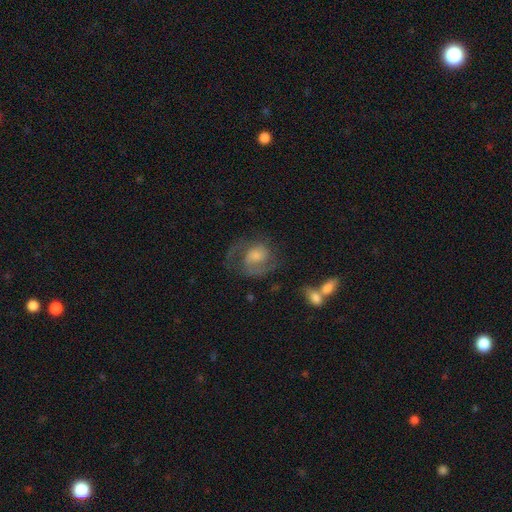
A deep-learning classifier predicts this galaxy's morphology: A featured or disk galaxy (76%) with no bar (59%), 2 (72%) medium (48%) spiral arms (92%) and a moderate central bulge (41%).

Vote fractions:
- Smooth or featured? featured or disk: 76% / smooth: 16% / star or artifact: 8%
- Edge-on disk? no: 98% / yes: 2%
- Bar? no: 59% / weak: 35% / strong: 7%
- Spiral arms? yes: 92% / no: 8%
- Spiral winding? medium: 48% / tight: 33% / loose: 19%
- Spiral arm count? 2: 72% / 1: 11% / can't tell: 11% / 3: 4% / 4: 2% / more than 4: 2%
- Bulge size? moderate: 41% / small: 36% / large: 12% / none: 9% / dominant: 2%
- Merging? none: 59% / minor disturbance: 19% / major disturbance: 19% / merger: 3%